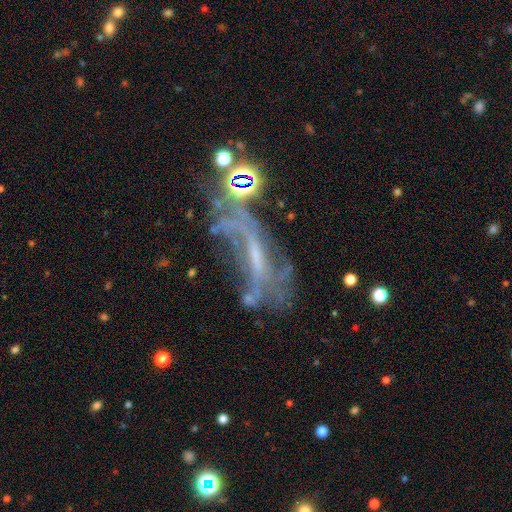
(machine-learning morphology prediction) Smooth or featured? featured or disk (65%)
Edge-on disk? no (81%)
Bar? no (35%)
Spiral arms? yes (52%)
Bulge size? small (39%)
Merging? major disturbance (36%)